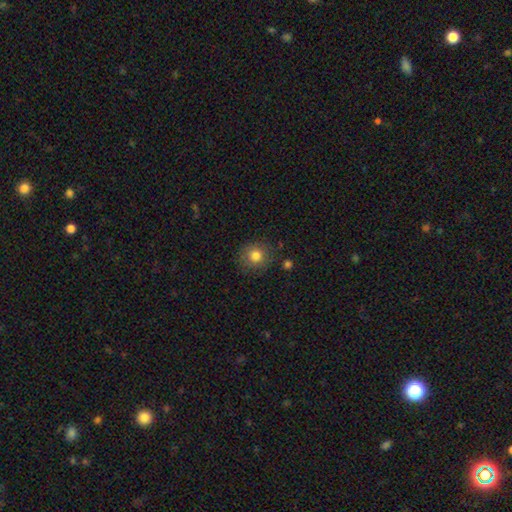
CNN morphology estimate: type=smooth (80%); roundness=round (88%); merging=none (83%).